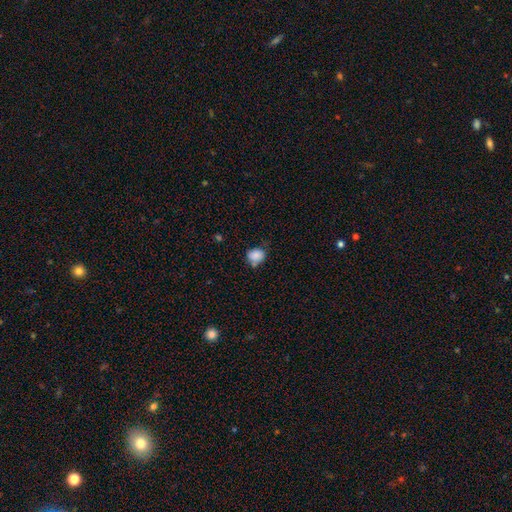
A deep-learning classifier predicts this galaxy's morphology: smooth 85%, star or artifact 9%, featured or disk 6%. Down the decision tree: how rounded — round (60%); merging — none (59%).